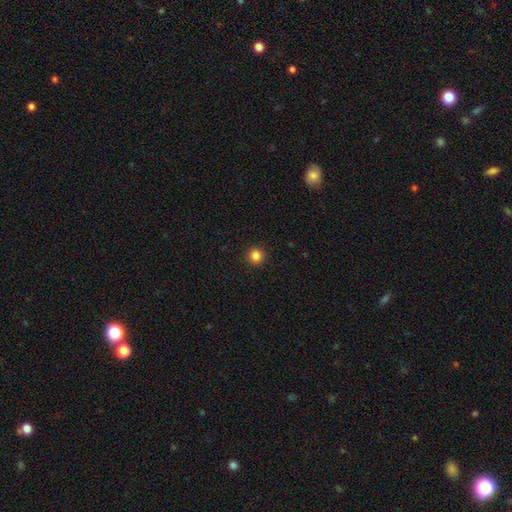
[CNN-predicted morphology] A smooth galaxy with no disk features (84%) that is round (95%). Merging: none (93%).